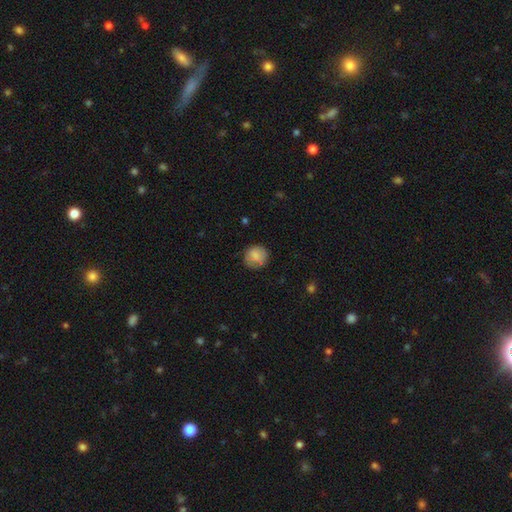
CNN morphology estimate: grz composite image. It shows a smooth galaxy with no disk features (83%) that is round (87%). Merging: none (78%).